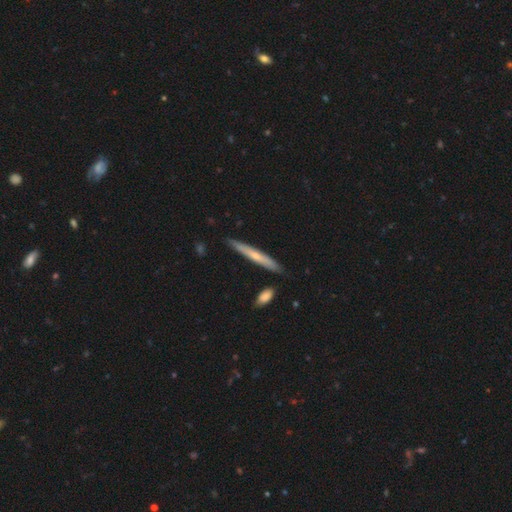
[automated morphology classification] smooth_or_featured: smooth (p=0.48) [alt: featured or disk p=0.46]
merging: none (p=0.86) [alt: minor disturbance p=0.10]